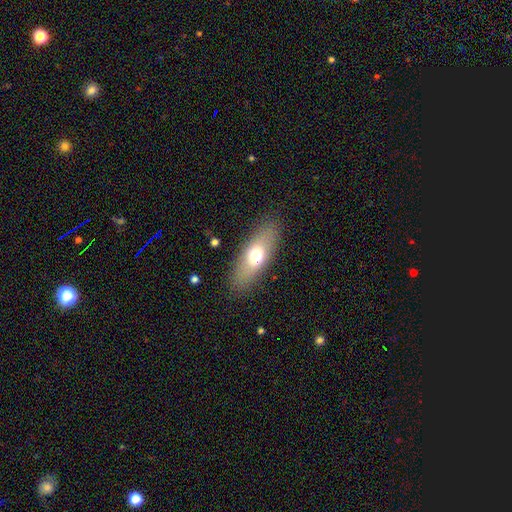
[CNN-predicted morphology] smooth-or-featured: smooth: 65% | featured or disk: 28% | star or artifact: 7%
  how-rounded: in between: 68% | cigar-shaped: 28% | round: 4%
  merging: none: 86% | minor disturbance: 10% | major disturbance: 3% | merger: 1%